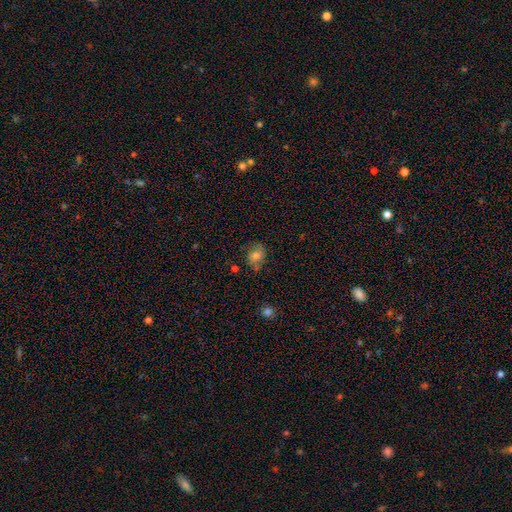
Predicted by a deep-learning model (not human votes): A smooth galaxy with no disk features (60%) that is in between round and cigar-shaped (53%). Merging: none (66%).